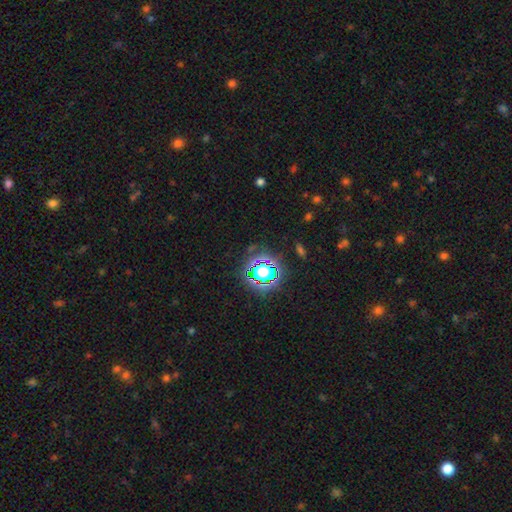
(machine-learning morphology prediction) smooth-or-featured: star or artifact: 78% | smooth: 14% | featured or disk: 8%